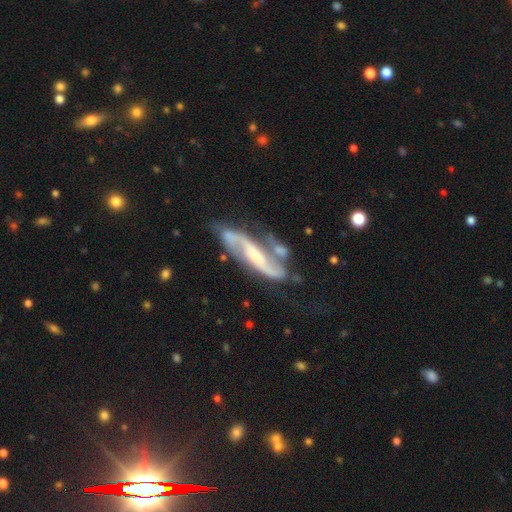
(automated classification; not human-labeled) A featured or disk galaxy (87%) with a strong bar (36%), 2 (90%) medium (44%) spiral arms (96%) and a small central bulge (49%).

Vote fractions:
- Smooth or featured? featured or disk: 87% / smooth: 7% / star or artifact: 5%
- Edge-on disk? no: 88% / yes: 12%
- Bar? strong: 36% / weak: 35% / no: 29%
- Spiral arms? yes: 96% / no: 4%
- Spiral winding? medium: 44% / loose: 42% / tight: 15%
- Spiral arm count? 2: 90% / can't tell: 4% / 3: 2% / 1: 2% / 4: 1% / more than 4: 1%
- Bulge size? small: 49% / moderate: 36% / none: 9% / large: 4% / dominant: 1%
- Merging? none: 52% / minor disturbance: 21% / merger: 14% / major disturbance: 13%